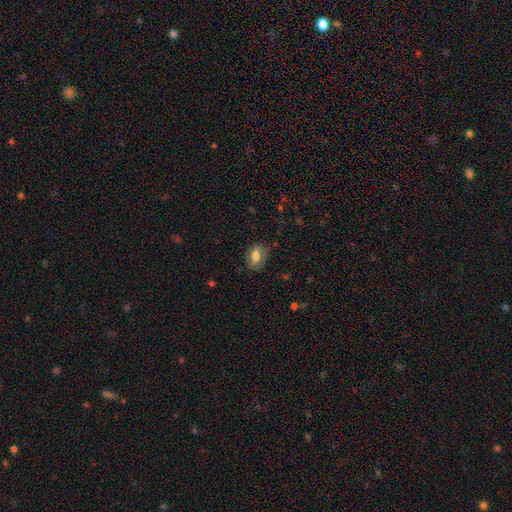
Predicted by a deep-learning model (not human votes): The model was most divided on "merging": none: 73%, minor disturbance: 20%, major disturbance: 6%, merger: 1%. More confident: how rounded — in between (83%); smooth or featured — smooth (75%).